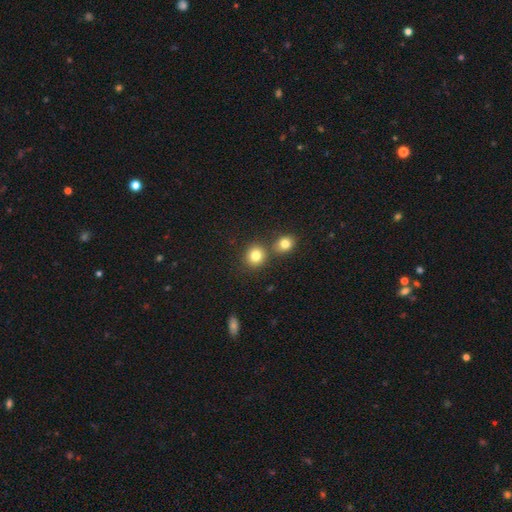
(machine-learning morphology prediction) type=smooth (81%); roundness=round (82%); merging=none (69%).